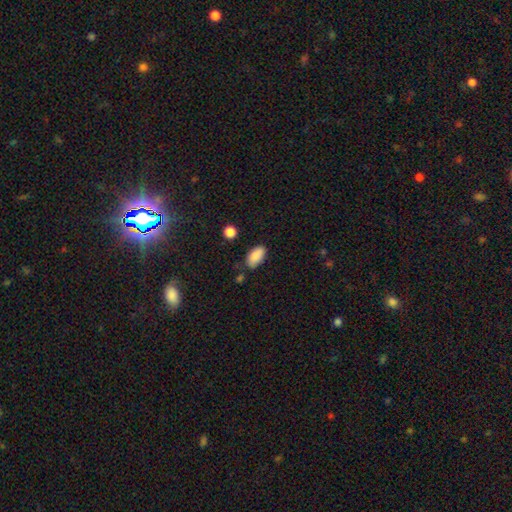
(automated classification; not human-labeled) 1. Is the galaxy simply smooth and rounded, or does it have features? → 88% smooth, 7% star or artifact, 5% featured or disk.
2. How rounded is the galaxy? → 94% in between, 3% round, 3% cigar-shaped.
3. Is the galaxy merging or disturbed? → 76% none, 17% minor disturbance, 4% merger, 3% major disturbance.